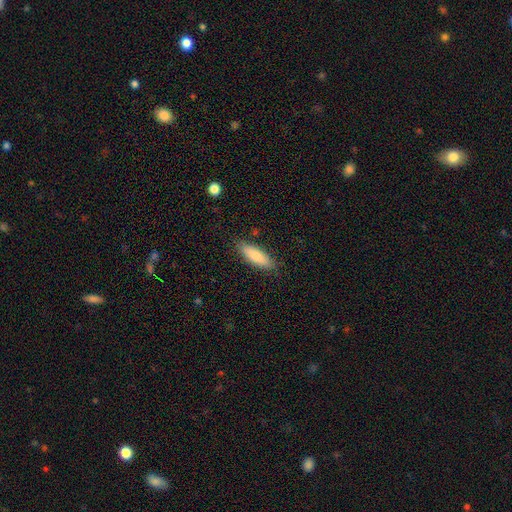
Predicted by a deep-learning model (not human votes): smooth 82%, featured or disk 13%, star or artifact 6%. Down the decision tree: how rounded — in between (53%); merging — none (85%).